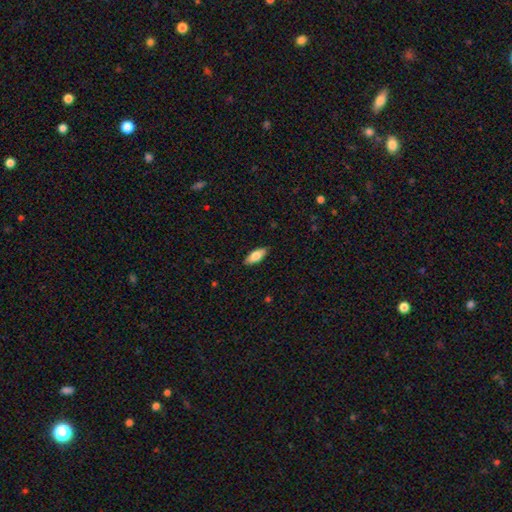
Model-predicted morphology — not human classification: smooth_or_featured: smooth (p=0.76) [alt: featured or disk p=0.18]
how_rounded: in between (p=0.78) [alt: cigar-shaped p=0.20]
merging: none (p=0.88) [alt: minor disturbance p=0.09]